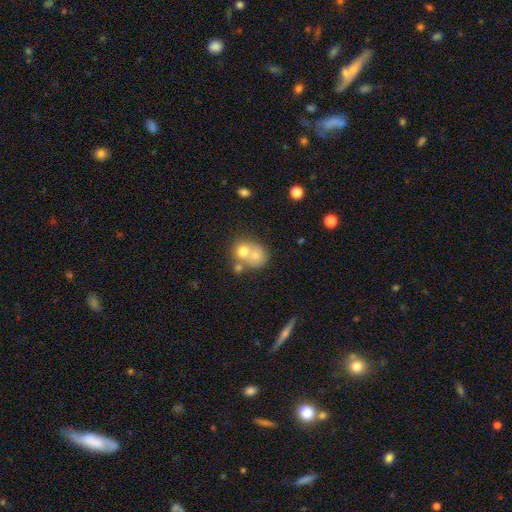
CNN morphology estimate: Q: Smooth or featured?
A: smooth (65%); runner-up: featured or disk (25%)
Q: How rounded?
A: round (68%); runner-up: in between (31%)
Q: Merging?
A: merger (64%); runner-up: none (25%)